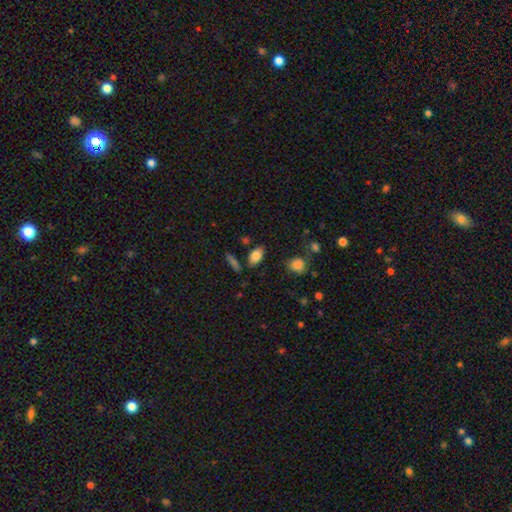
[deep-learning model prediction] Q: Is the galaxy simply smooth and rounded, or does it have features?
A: smooth — 84%.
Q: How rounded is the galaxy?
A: in between — 91%.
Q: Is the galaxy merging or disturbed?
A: none — 81%.